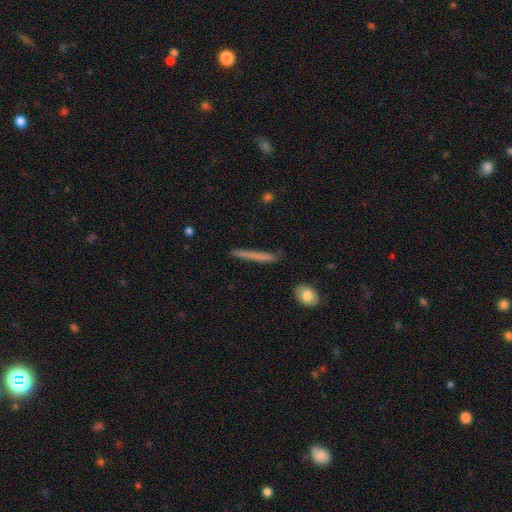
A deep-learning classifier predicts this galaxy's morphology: Smooth or featured? Predicted: smooth (p=0.62). How rounded? Predicted: cigar-shaped (p=0.96). Merging? Predicted: none (p=0.86).